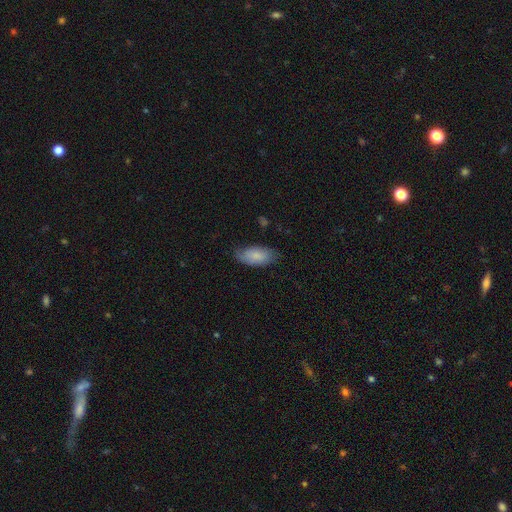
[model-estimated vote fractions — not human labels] smooth 74%, featured or disk 20%, star or artifact 6%. Down the decision tree: how rounded — in between (92%); merging — none (69%).